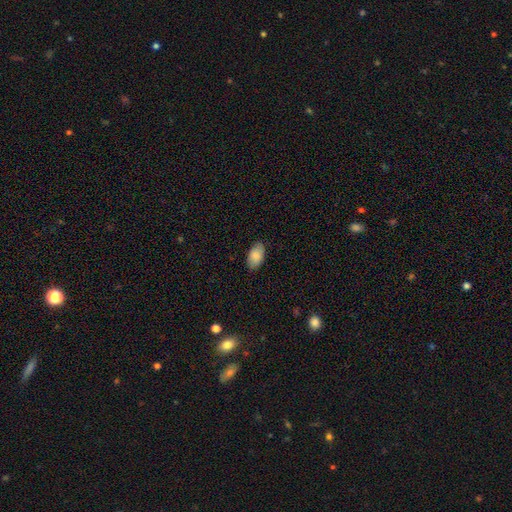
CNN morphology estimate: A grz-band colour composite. It shows a smooth galaxy with no disk features (86%) that is in between round and cigar-shaped (95%). Merging: none (84%).